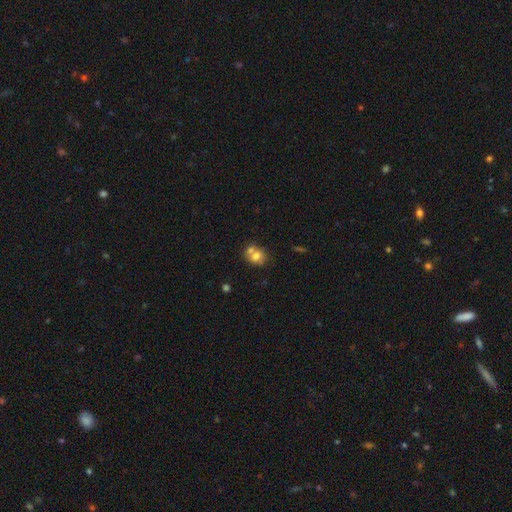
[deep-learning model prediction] Smooth or featured? Predicted: smooth (p=0.71). How rounded? Predicted: round (p=0.60). Merging? Predicted: merger (p=0.43, tied with none).